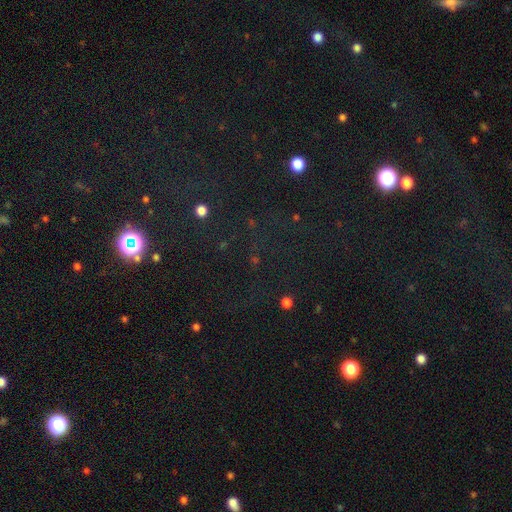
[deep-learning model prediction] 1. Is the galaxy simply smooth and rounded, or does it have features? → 75% star or artifact, 17% smooth, 8% featured or disk.